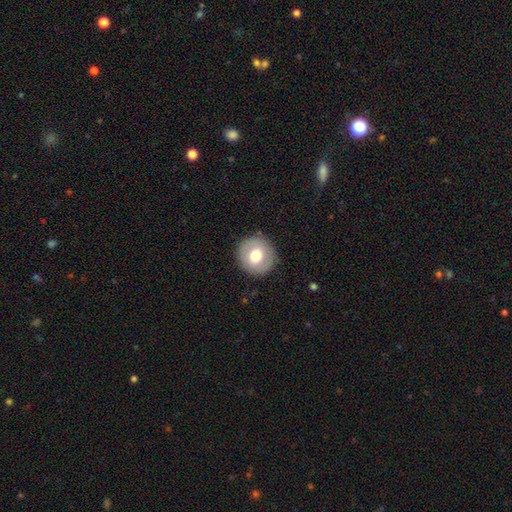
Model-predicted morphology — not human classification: smooth 69%, featured or disk 23%, star or artifact 8%. Down the decision tree: how rounded — round (93%); merging — none (89%).